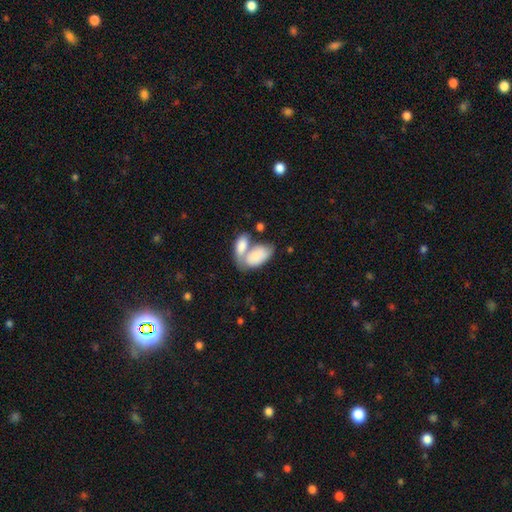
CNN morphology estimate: A smooth galaxy with no disk features (79%) that is in between round and cigar-shaped (94%).

Vote fractions:
- Smooth or featured? smooth: 79% / featured or disk: 16% / star or artifact: 5%
- How rounded? in between: 94% / round: 3% / cigar-shaped: 2%
- Merging? merger: 64% / none: 21% / minor disturbance: 9% / major disturbance: 6%